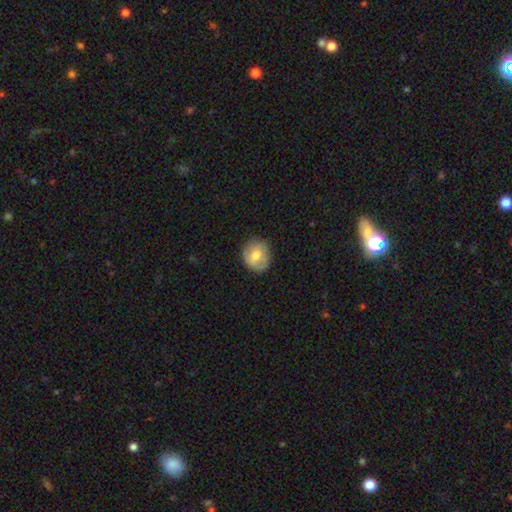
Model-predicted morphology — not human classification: Smooth or featured?
  - smooth: 54% *
  - featured or disk: 39%
  - star or artifact: 7%
How rounded?
  - round: 75% *
  - in between: 24%
  - cigar-shaped: 1%
Merging?
  - none: 80% *
  - minor disturbance: 14%
  - major disturbance: 4%
  - merger: 1%